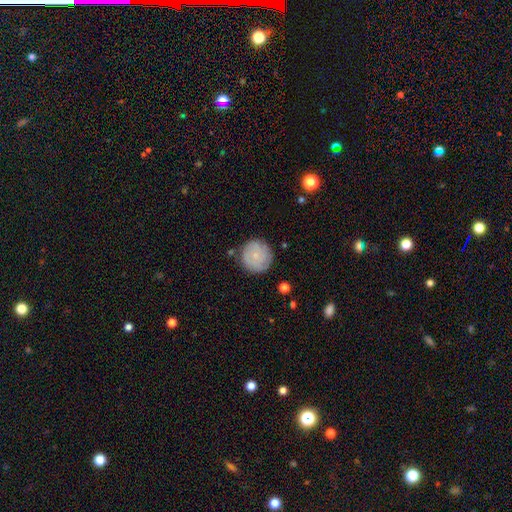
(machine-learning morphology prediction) This appears to be a smooth galaxy with no disk features (67%) that is round (95%). Merging: none (81%).